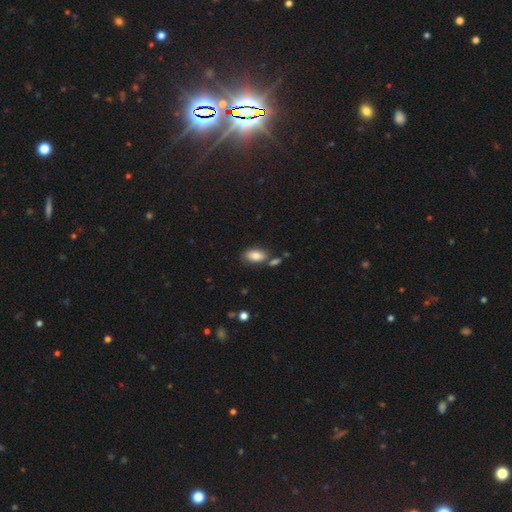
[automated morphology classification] Smooth or featured? smooth (83%)
How rounded? in between (92%)
Merging? none (69%)